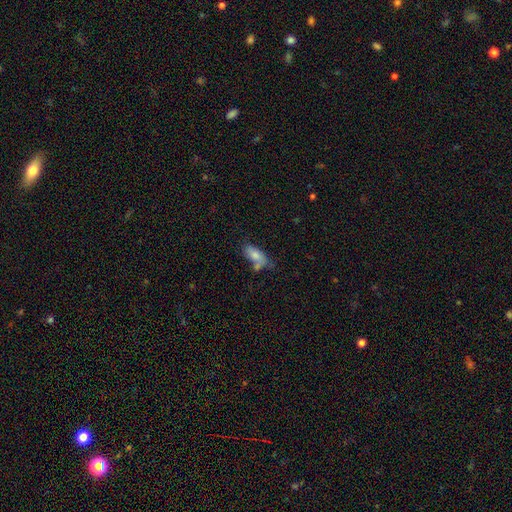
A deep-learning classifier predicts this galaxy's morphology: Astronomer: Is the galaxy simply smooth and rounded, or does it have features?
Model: smooth — 75%.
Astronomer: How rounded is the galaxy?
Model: in between — 84%.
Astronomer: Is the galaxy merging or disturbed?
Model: none — 46% (runner-up: minor disturbance, 23%).